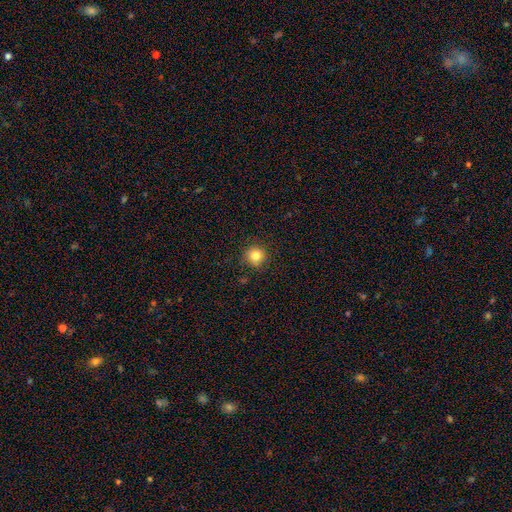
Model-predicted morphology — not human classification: Smooth or featured: smooth — 83% (star or artifact — 12%)
How rounded: round — 94% (in between — 5%)
Merging: none — 89% (minor disturbance — 7%)